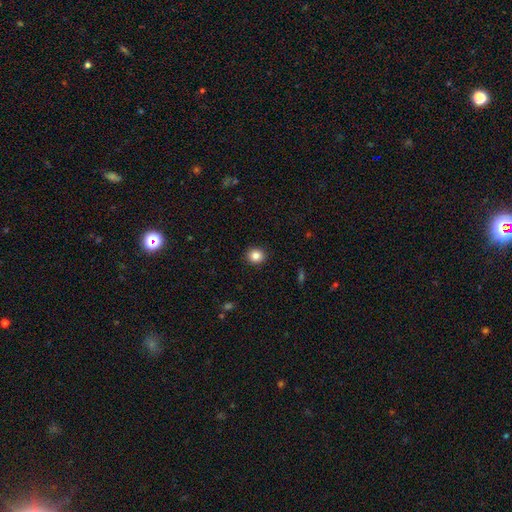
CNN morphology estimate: This is clearly a smooth galaxy (84%). How rounded: clearly round (85%). Merging: clearly none (92%).